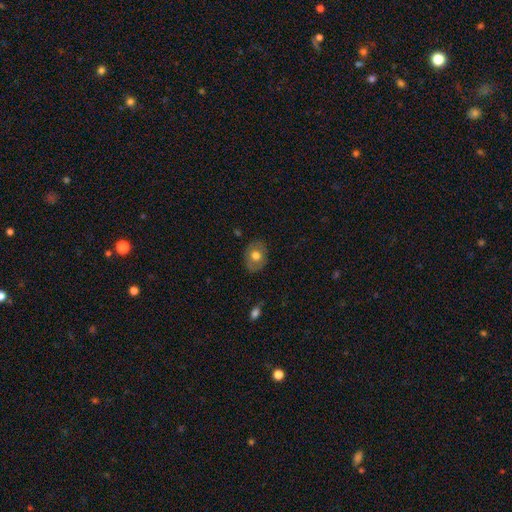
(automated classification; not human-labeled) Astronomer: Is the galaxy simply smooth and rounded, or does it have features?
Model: smooth — 63%.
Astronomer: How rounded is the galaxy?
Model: in between — 57% (runner-up: round, 42%).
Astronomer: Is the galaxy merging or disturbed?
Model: none — 81%.